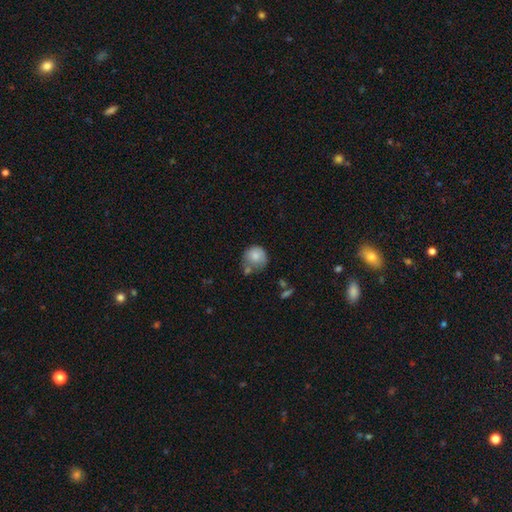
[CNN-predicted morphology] Smooth or featured?
  - smooth: 78% *
  - featured or disk: 14%
  - star or artifact: 8%
How rounded?
  - round: 86% *
  - in between: 13%
  - cigar-shaped: 1%
Merging?
  - none: 46% *
  - minor disturbance: 26%
  - merger: 19%
  - major disturbance: 10%